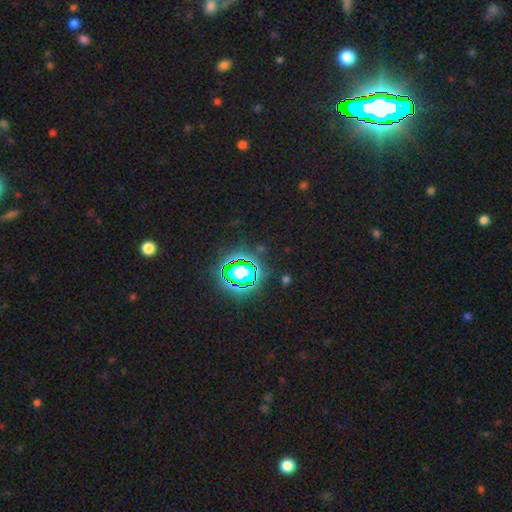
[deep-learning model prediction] Smooth or featured?
  - star or artifact: 84% *
  - smooth: 10%
  - featured or disk: 6%